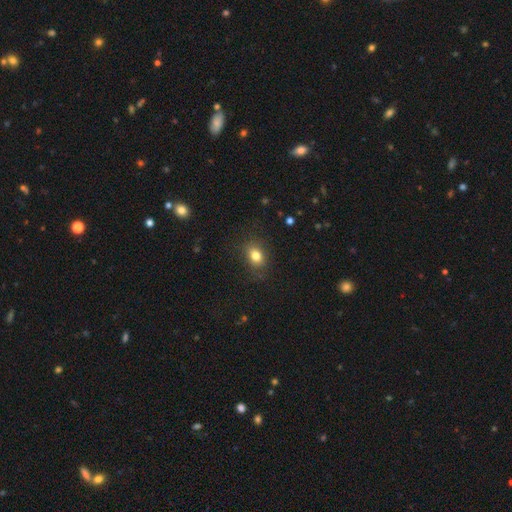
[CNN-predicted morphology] Smooth or featured? smooth (81%)
How rounded? in between (61%)
Merging? none (83%)